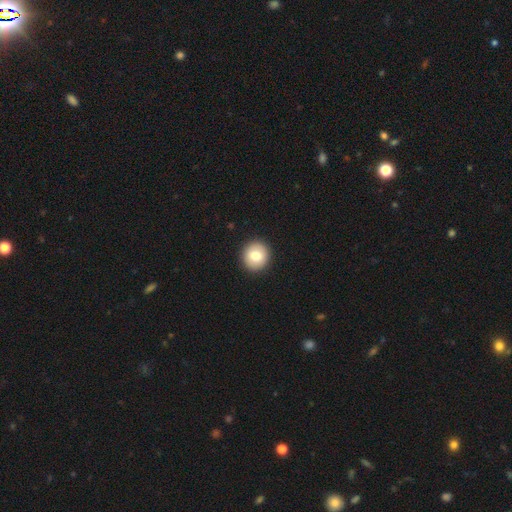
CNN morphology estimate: smooth-or-featured: smooth: 79% | featured or disk: 13% | star or artifact: 8%
  how-rounded: round: 90% | in between: 9% | cigar-shaped: 1%
  merging: none: 93% | minor disturbance: 5% | major disturbance: 2% | merger: 1%